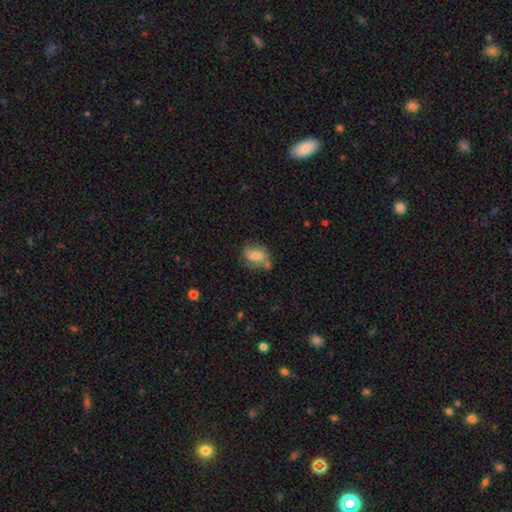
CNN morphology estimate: type=smooth (58%); roundness=in between (63%); merging=none (55%).